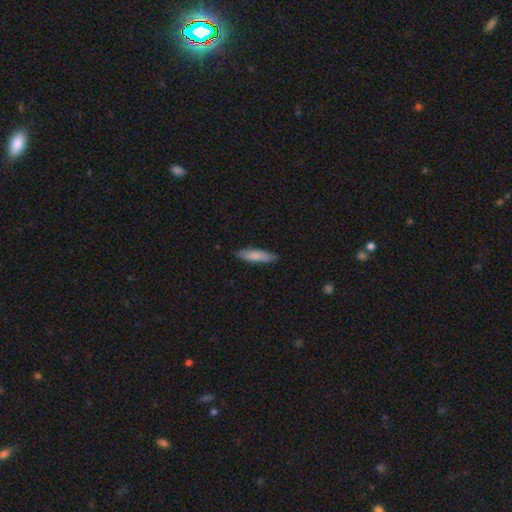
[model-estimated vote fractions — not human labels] Smooth or featured: smooth — 79% (featured or disk — 15%)
How rounded: cigar-shaped — 74% (in between — 25%)
Merging: none — 83% (minor disturbance — 14%)